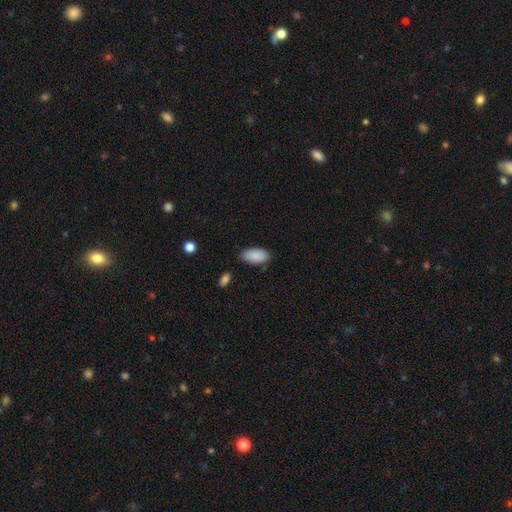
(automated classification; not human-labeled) A smooth galaxy with no disk features (89%) that is in between round and cigar-shaped (94%). Merging: none (81%).